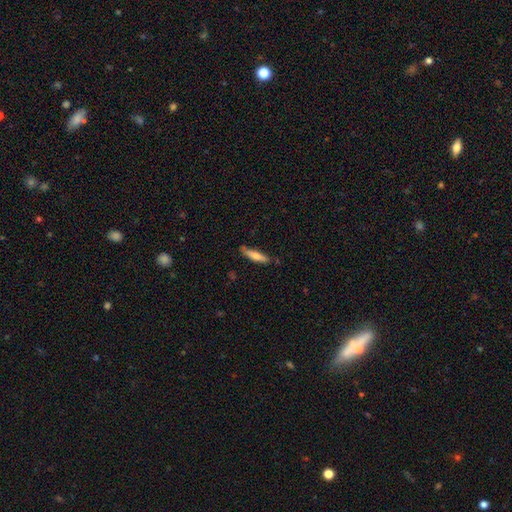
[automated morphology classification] Q: Smooth or featured?
A: smooth (65%); runner-up: featured or disk (29%)
Q: How rounded?
A: cigar-shaped (80%); runner-up: in between (18%)
Q: Merging?
A: none (78%); runner-up: minor disturbance (17%)